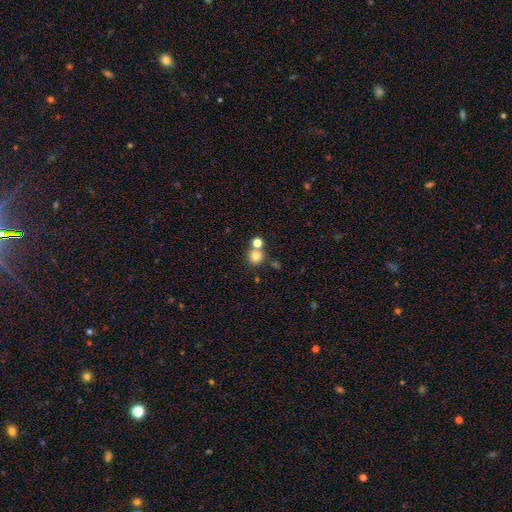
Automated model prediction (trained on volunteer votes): This appears to be a smooth galaxy with no disk features (79%) that is round (90%). Merging: none (61%).